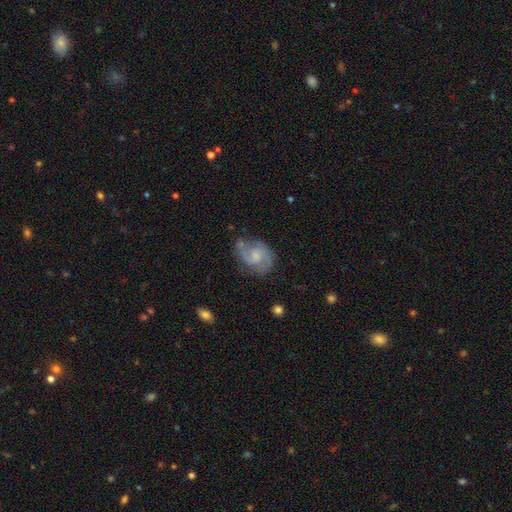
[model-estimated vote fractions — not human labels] Smooth or featured? Predicted: featured or disk (p=0.78). Edge-on disk? Predicted: no (p=0.98). Bar? Predicted: no (p=0.53). Spiral arms? Predicted: yes (p=0.94). Spiral winding? Predicted: medium (p=0.53). Spiral arm count? Predicted: 2 (p=0.80). Bulge size? Predicted: small (p=0.46). Merging? Predicted: none (p=0.65).